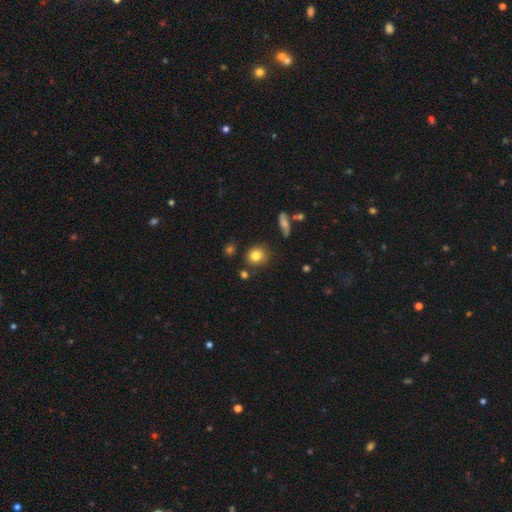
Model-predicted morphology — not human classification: This is clearly a smooth galaxy (81%). How rounded: clearly round (83%). Merging: clearly none (81%).